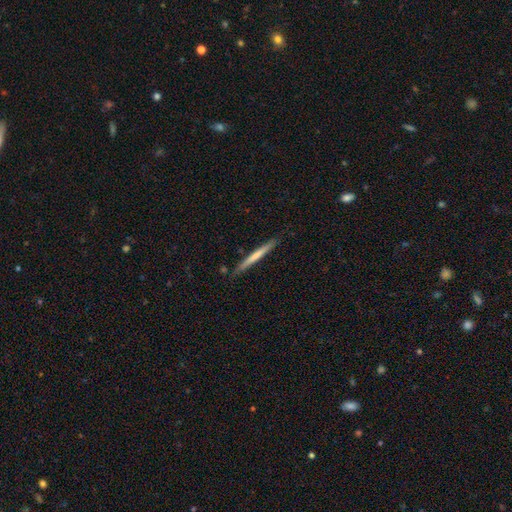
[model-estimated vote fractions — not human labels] Smooth or featured?
  - smooth: 57% *
  - featured or disk: 38%
  - star or artifact: 5%
How rounded?
  - cigar-shaped: 97% *
  - in between: 2%
  - round: 1%
Merging?
  - none: 86% *
  - minor disturbance: 11%
  - major disturbance: 2%
  - merger: 2%